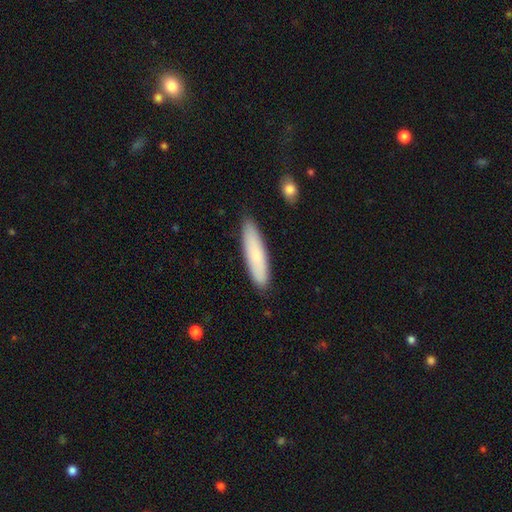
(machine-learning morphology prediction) smooth 79%, featured or disk 15%, star or artifact 6%. Down the decision tree: how rounded — cigar-shaped (77%); merging — none (88%).